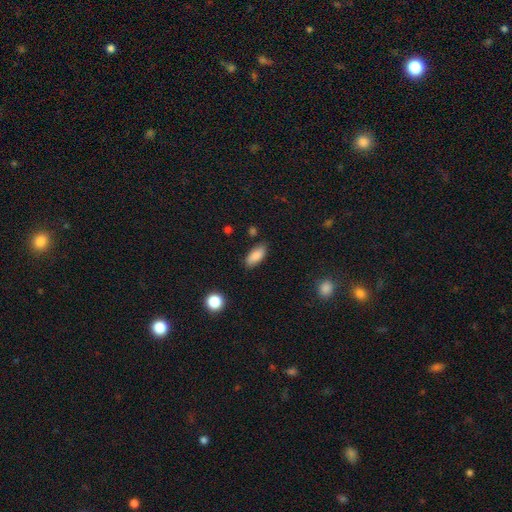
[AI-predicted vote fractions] Q: Smooth or featured?
A: smooth (86%); runner-up: star or artifact (8%)
Q: How rounded?
A: in between (85%); runner-up: cigar-shaped (12%)
Q: Merging?
A: none (83%); runner-up: minor disturbance (13%)